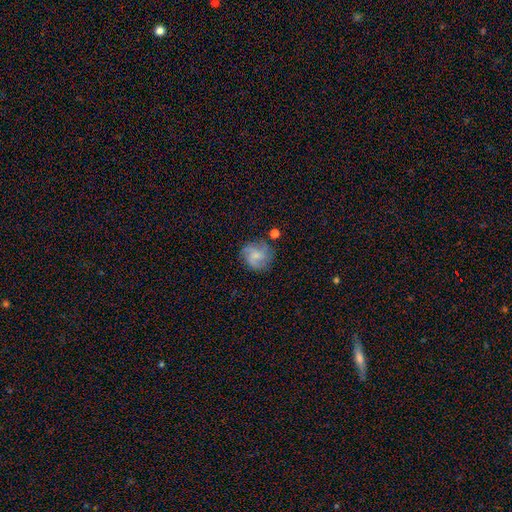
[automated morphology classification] smooth_or_featured: featured or disk (p=0.61) [alt: smooth p=0.30]
disk_edge_on: no (p=0.98) [alt: yes p=0.02]
bar: no (p=0.58) [alt: weak p=0.36]
has_spiral_arms: yes (p=0.90) [alt: no p=0.10]
spiral_winding: medium (p=0.47) [alt: tight p=0.28]
spiral_arm_count: 3 (p=0.43) [alt: can't tell p=0.19]
bulge_size: small (p=0.47) [alt: moderate p=0.27]
merging: none (p=0.69) [alt: minor disturbance p=0.19]